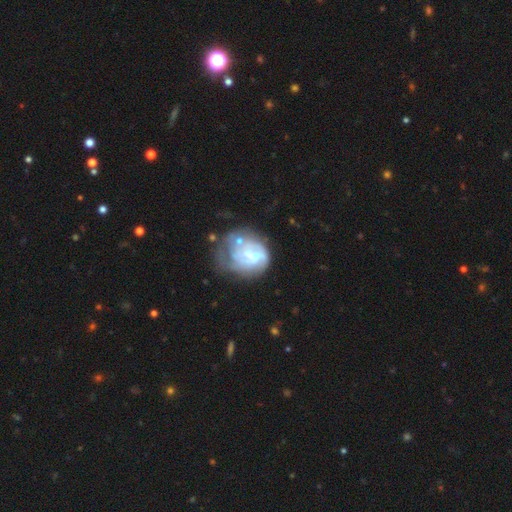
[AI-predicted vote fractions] Morphology: type=featured or disk (62%); edge-on=no (98%); bar=no (61%); spiral arms=no (55%); bulge=small (35%); merging=major disturbance (36%).